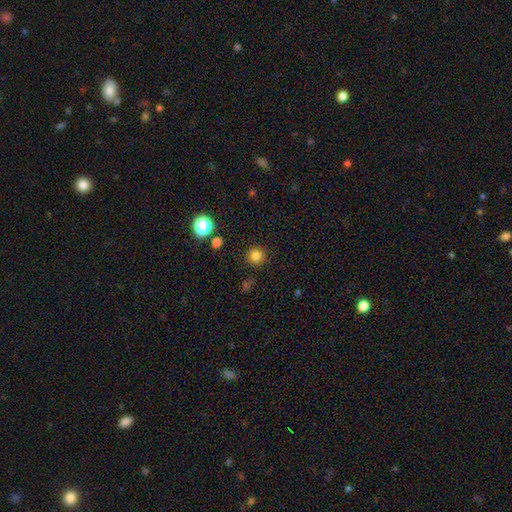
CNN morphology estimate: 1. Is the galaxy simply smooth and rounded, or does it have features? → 81% smooth, 14% star or artifact, 5% featured or disk.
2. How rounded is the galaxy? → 94% round, 5% in between, 1% cigar-shaped.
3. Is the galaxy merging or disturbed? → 89% none, 6% minor disturbance, 2% major disturbance, 2% merger.